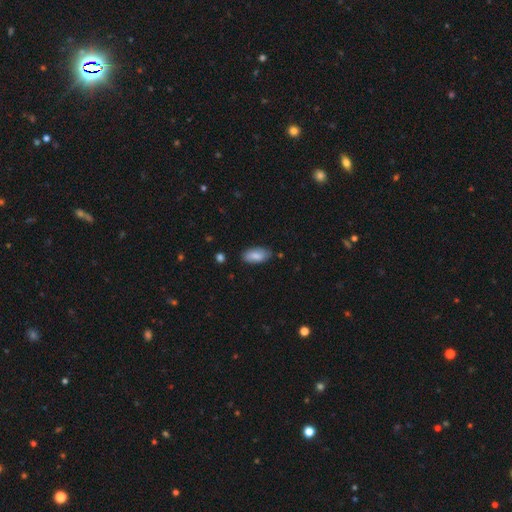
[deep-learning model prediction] This appears to be a smooth galaxy with no disk features (85%) that is in between round and cigar-shaped (91%). Merging: none (80%).